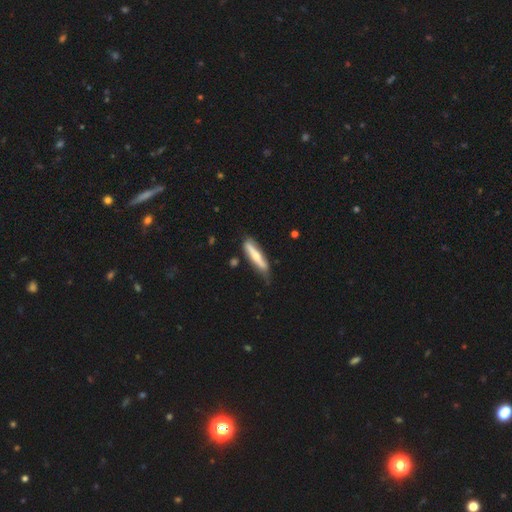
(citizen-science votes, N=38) A featured or disk galaxy (50%) viewed edge-on (68%) with a rounded central bulge (92%).

Vote fractions:
- Smooth or featured? featured or disk: 50% / smooth: 42% / star or artifact: 8%
- Edge-on disk? yes: 68% / no: 32%
- Edge-on bulge? rounded: 92% / boxy: 8% / none: 0%
- Merging? none: 51% / minor disturbance: 43% / major disturbance: 3% / merger: 3%